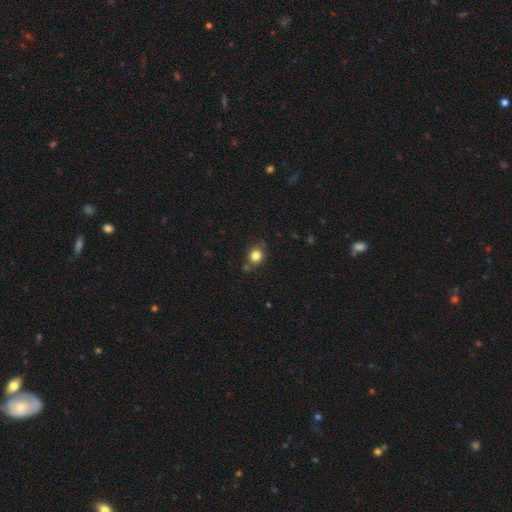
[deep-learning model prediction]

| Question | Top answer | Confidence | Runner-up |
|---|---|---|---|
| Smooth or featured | smooth | 82% | star or artifact (11%) |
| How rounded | round | 75% | in between (24%) |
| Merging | none | 74% | minor disturbance (16%) |